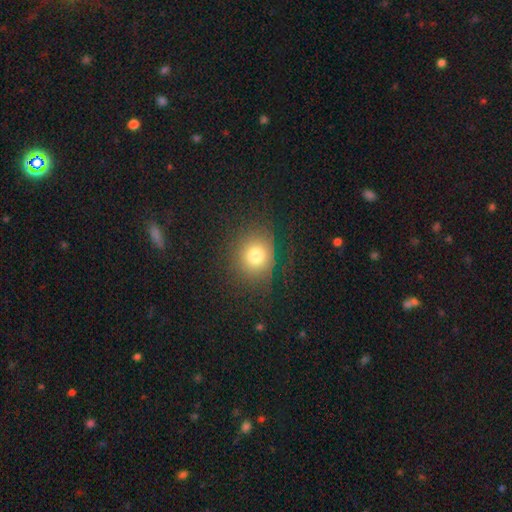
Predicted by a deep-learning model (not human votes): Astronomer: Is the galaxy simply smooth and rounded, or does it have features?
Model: smooth — 76%.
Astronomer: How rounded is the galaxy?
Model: round — 73%.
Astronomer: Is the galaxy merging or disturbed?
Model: none — 77%.